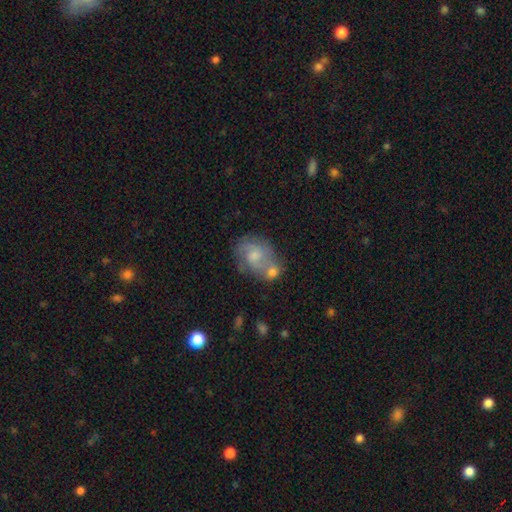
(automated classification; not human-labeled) A featured or disk galaxy (52%) with no bar (68%), spiral arms (72%) and a moderate central bulge (42%).

Vote fractions:
- Smooth or featured? featured or disk: 52% / smooth: 40% / star or artifact: 9%
- Edge-on disk? no: 97% / yes: 3%
- Bar? no: 68% / weak: 28% / strong: 4%
- Spiral arms? yes: 72% / no: 28%
- Bulge size? moderate: 42% / small: 40% / none: 11% / large: 6% / dominant: 2%
- Merging? none: 37% / merger: 35% / minor disturbance: 18% / major disturbance: 10%